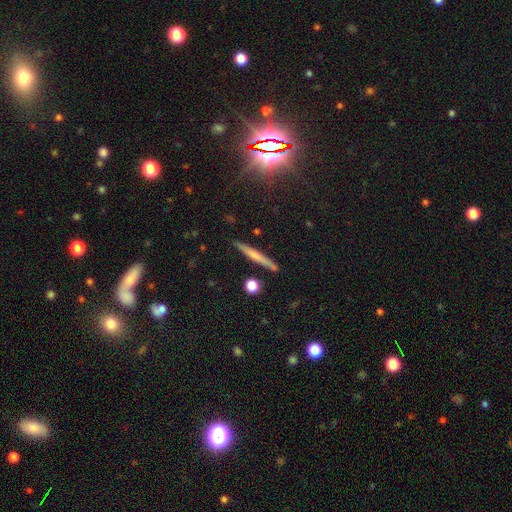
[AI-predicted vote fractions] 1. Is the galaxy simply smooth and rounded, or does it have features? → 49% smooth, 42% featured or disk, 9% star or artifact.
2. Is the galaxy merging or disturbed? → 88% none, 8% minor disturbance, 3% merger, 2% major disturbance.